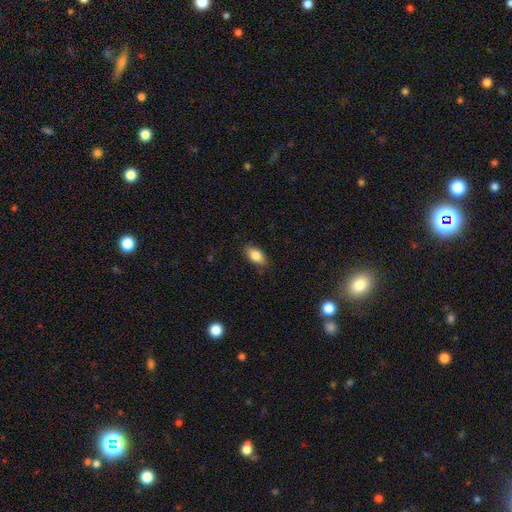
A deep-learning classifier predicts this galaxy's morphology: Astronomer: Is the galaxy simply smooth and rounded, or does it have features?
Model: smooth — 82%.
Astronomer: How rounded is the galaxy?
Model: in between — 88%.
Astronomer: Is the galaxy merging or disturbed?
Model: none — 81%.